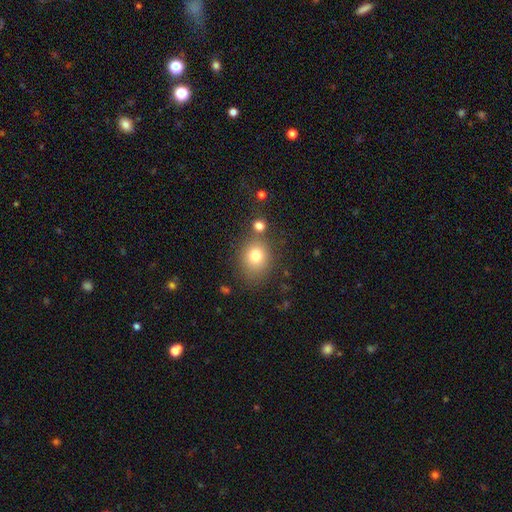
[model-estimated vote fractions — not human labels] A smooth galaxy with no disk features (77%) that is round (68%).

Vote fractions:
- Smooth or featured? smooth: 77% / star or artifact: 12% / featured or disk: 10%
- How rounded? round: 68% / in between: 31% / cigar-shaped: 1%
- Merging? none: 70% / minor disturbance: 13% / merger: 12% / major disturbance: 5%